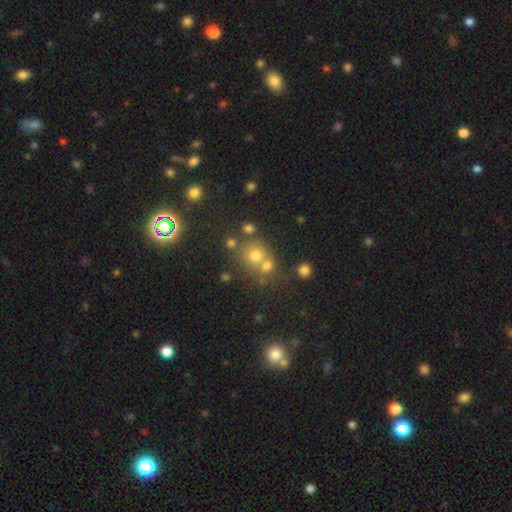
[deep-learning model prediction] Smooth or featured: smooth — 63% (star or artifact — 24%)
How rounded: round — 83% (in between — 16%)
Merging: none — 51% (merger — 37%)